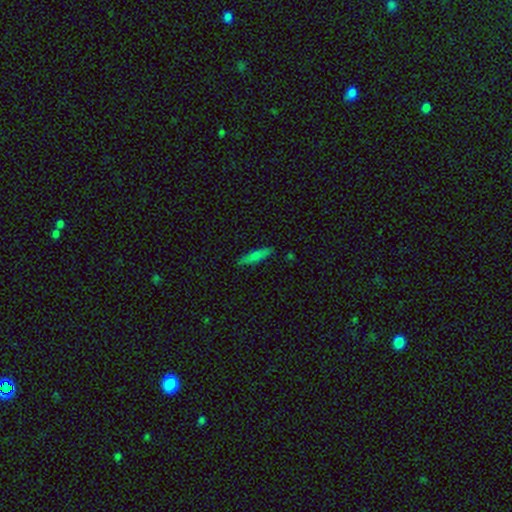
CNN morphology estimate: Smooth or featured? Predicted: smooth (p=0.75). How rounded? Predicted: cigar-shaped (p=0.72). Merging? Predicted: none (p=0.85).